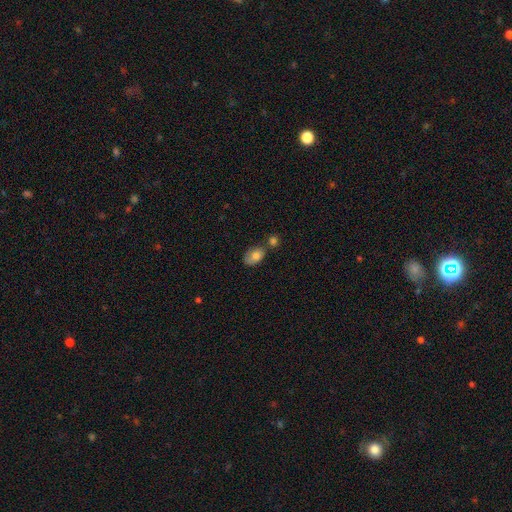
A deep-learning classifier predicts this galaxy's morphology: Smooth or featured: smooth — 76% (featured or disk — 16%)
How rounded: in between — 86% (round — 13%)
Merging: none — 44% (merger — 26%)